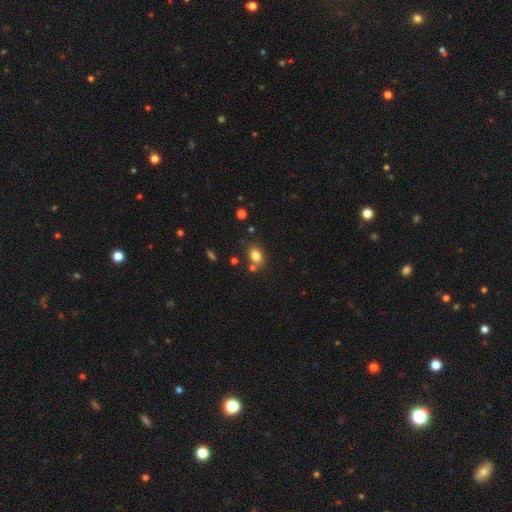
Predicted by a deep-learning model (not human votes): A smooth galaxy with no disk features (81%) that is in between round and cigar-shaped (68%).

Vote fractions:
- Smooth or featured? smooth: 81% / star or artifact: 12% / featured or disk: 8%
- How rounded? in between: 68% / round: 31% / cigar-shaped: 1%
- Merging? none: 71% / minor disturbance: 13% / merger: 12% / major disturbance: 4%